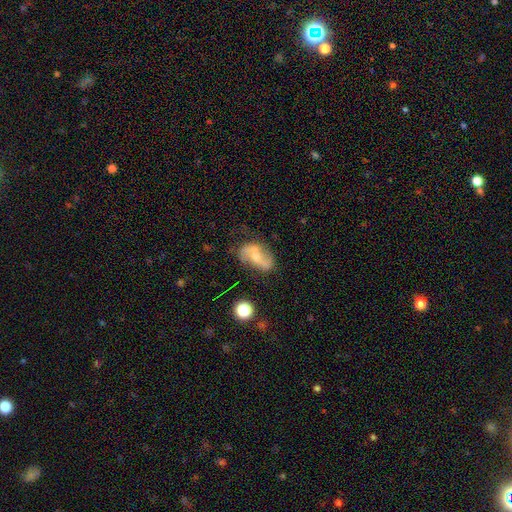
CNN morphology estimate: Q: Smooth or featured?
A: featured or disk (62%); runner-up: smooth (30%)
Q: Edge-on disk?
A: no (95%); runner-up: yes (5%)
Q: Bar?
A: no (43%); runner-up: weak (36%)
Q: Spiral arms?
A: yes (79%); runner-up: no (21%)
Q: Bulge size?
A: small (45%); runner-up: moderate (32%)
Q: Merging?
A: none (57%); runner-up: minor disturbance (24%)